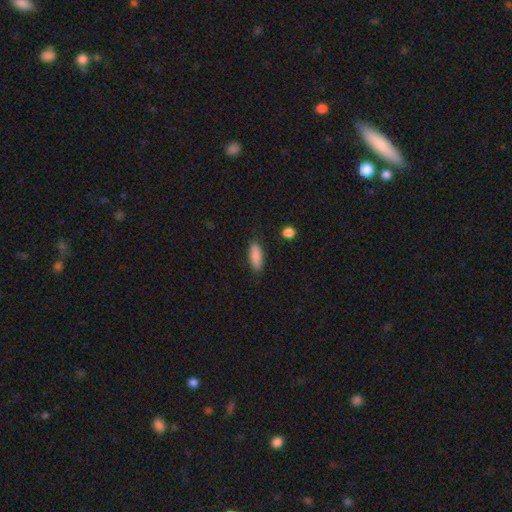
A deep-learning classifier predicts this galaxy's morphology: smooth_or_featured: smooth (p=0.88) [alt: star or artifact p=0.07]
how_rounded: in between (p=0.67) [alt: cigar-shaped p=0.31]
merging: none (p=0.86) [alt: minor disturbance p=0.10]